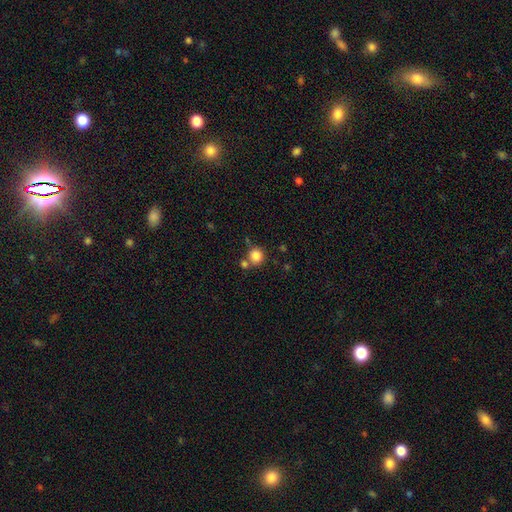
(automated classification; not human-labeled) Smooth or featured? smooth (84%)
How rounded? round (89%)
Merging? none (66%)